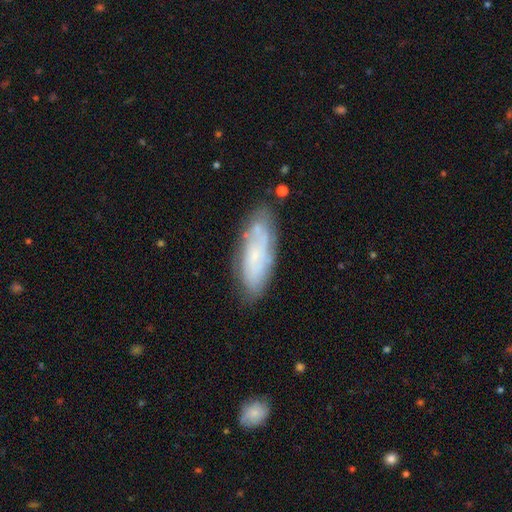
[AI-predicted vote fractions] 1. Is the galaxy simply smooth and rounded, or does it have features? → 49% featured or disk, 43% smooth, 8% star or artifact.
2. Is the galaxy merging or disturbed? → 71% none, 19% minor disturbance, 5% major disturbance, 4% merger.